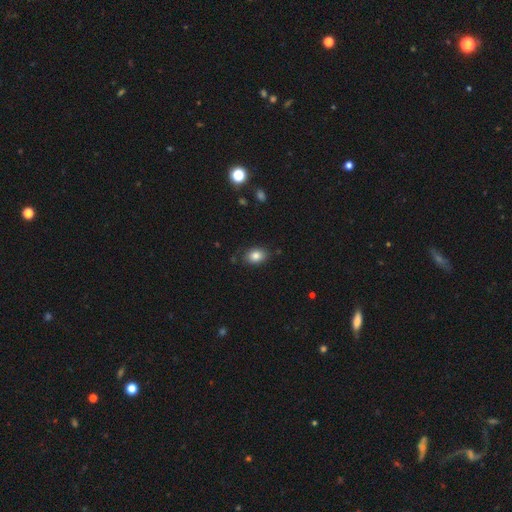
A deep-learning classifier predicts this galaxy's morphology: smooth-or-featured: smooth: 83% | star or artifact: 9% | featured or disk: 8%
  how-rounded: in between: 75% | round: 24% | cigar-shaped: 1%
  merging: none: 80% | minor disturbance: 14% | major disturbance: 3% | merger: 2%